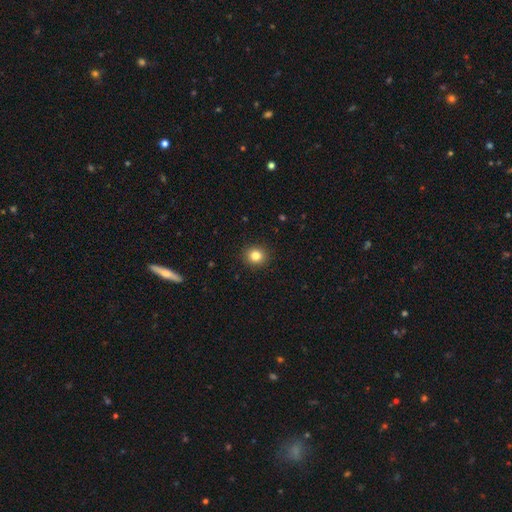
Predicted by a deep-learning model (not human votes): Morphology: type=smooth (83%); roundness=round (86%); merging=none (92%).